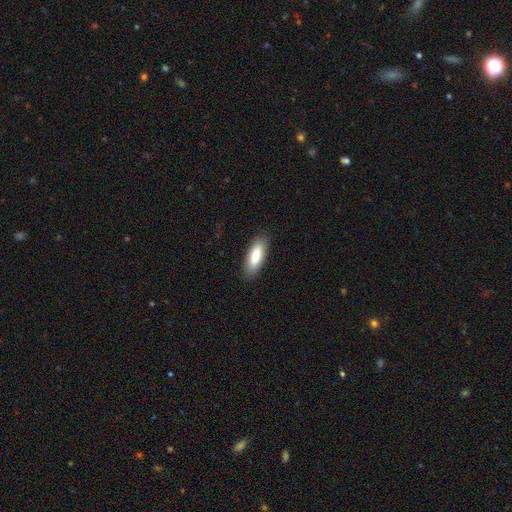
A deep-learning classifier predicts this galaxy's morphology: smooth_or_featured: smooth (p=0.82) [alt: featured or disk p=0.12]
how_rounded: in between (p=0.66) [alt: cigar-shaped p=0.33]
merging: none (p=0.88) [alt: minor disturbance p=0.09]